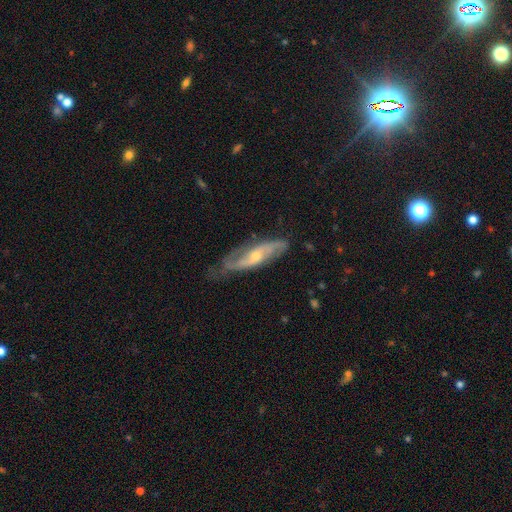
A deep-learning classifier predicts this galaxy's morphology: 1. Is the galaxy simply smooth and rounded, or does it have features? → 78% featured or disk, 16% smooth, 6% star or artifact.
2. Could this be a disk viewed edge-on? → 77% no, 23% yes.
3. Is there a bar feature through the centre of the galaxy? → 53% no, 33% weak, 14% strong.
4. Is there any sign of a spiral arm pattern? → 91% yes, 9% no.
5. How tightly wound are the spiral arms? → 40% loose (tied), 40% medium (tied), 20% tight.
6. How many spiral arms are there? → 80% 2, 12% can't tell, 3% 3, 3% 1, 1% 4, 1% more than 4.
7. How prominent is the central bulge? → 54% small, 42% moderate, 1% large, 1% none, 1% dominant.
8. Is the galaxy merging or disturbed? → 65% none, 25% minor disturbance, 8% major disturbance, 2% merger.